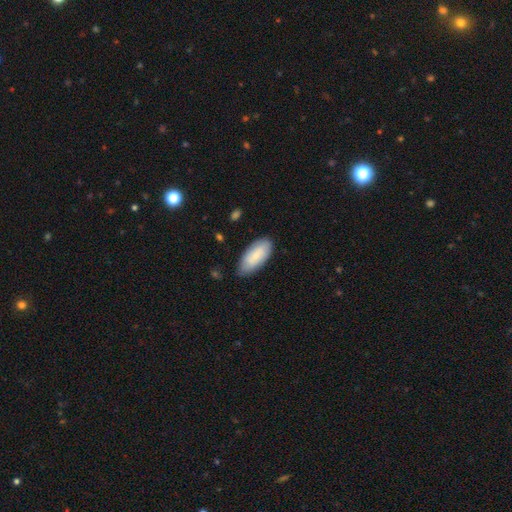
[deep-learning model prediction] Smooth or featured? Predicted: smooth (p=0.75). How rounded? Predicted: in between (p=0.90). Merging? Predicted: none (p=0.77).